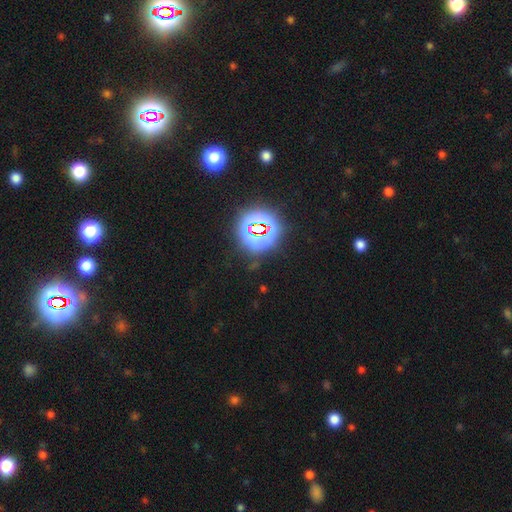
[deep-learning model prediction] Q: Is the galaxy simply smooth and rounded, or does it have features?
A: star or artifact — 78%.